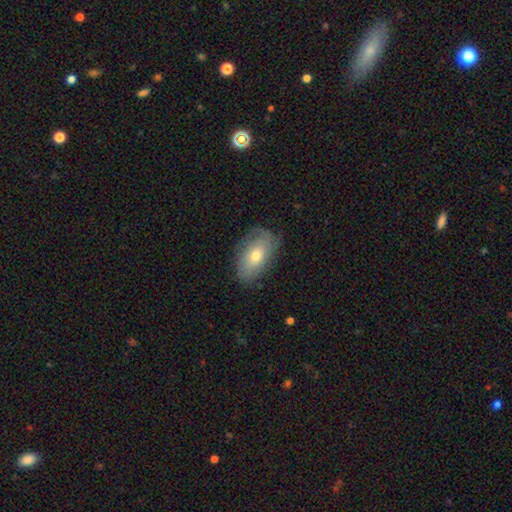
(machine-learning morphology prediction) Q: Smooth or featured?
A: smooth (57%); runner-up: featured or disk (35%)
Q: How rounded?
A: in between (90%); runner-up: round (7%)
Q: Merging?
A: none (72%); runner-up: minor disturbance (21%)